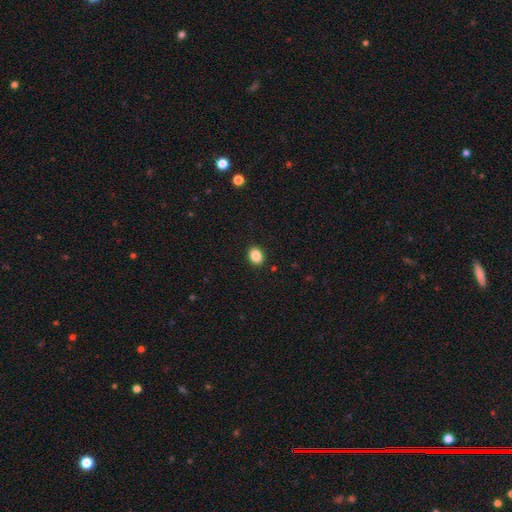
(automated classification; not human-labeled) smooth 87%, star or artifact 9%, featured or disk 4%. Down the decision tree: how rounded — in between (53%); merging — none (91%).